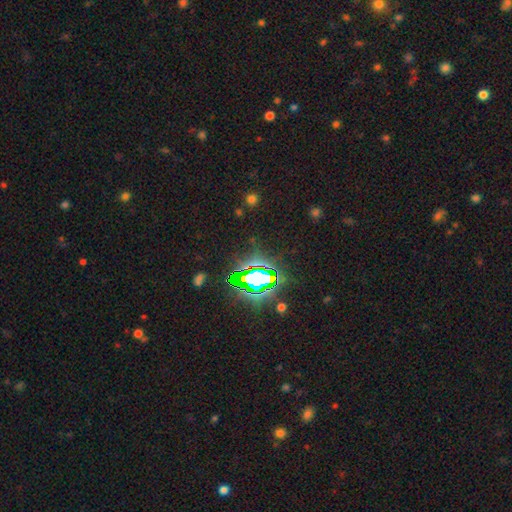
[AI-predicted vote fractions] The model was most divided on "smooth or featured": star or artifact: 77%, smooth: 13%, featured or disk: 10%.